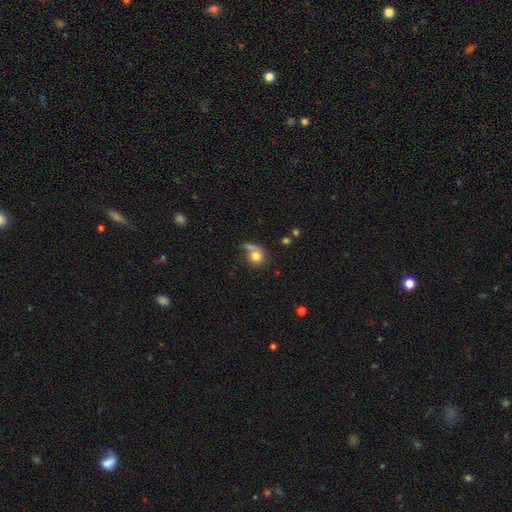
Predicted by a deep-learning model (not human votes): Overall: smooth (76%). How rounded: round (81%). Merging: none (43%; merger 27%).